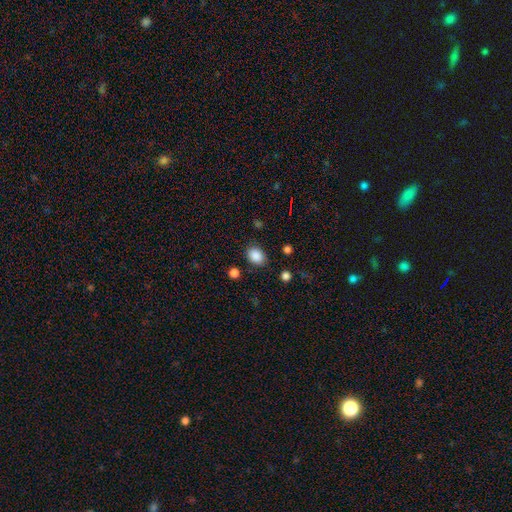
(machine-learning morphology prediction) Smooth or featured: smooth — 87% (star or artifact — 9%)
How rounded: in between — 65% (round — 34%)
Merging: none — 82% (minor disturbance — 12%)